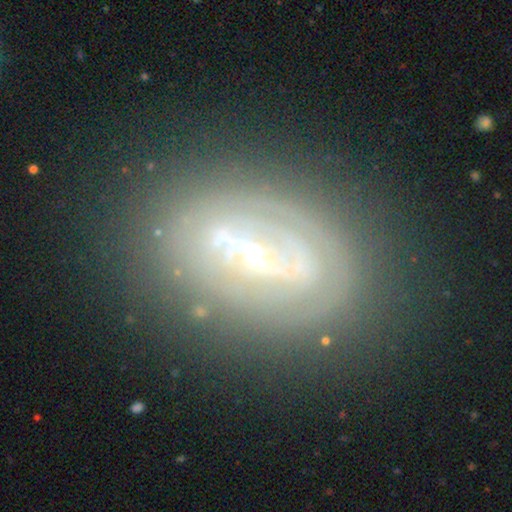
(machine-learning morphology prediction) type=featured or disk (77%); edge-on=no (92%); bar=strong (50%); spiral arms=yes (61%); bulge=small (73%); merging=none (78%).